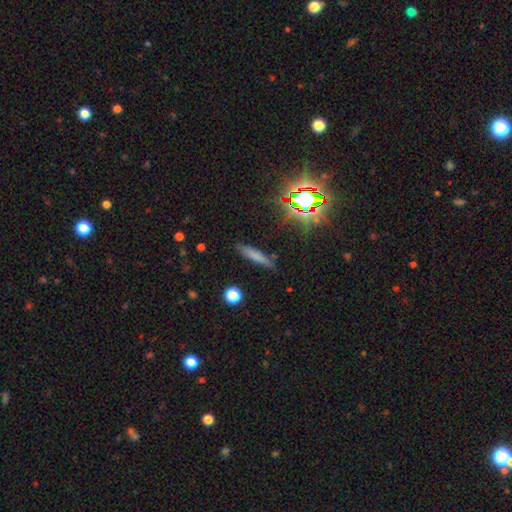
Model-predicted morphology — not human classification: smooth_or_featured: smooth (p=0.67) [alt: featured or disk p=0.18]
how_rounded: cigar-shaped (p=0.84) [alt: in between p=0.13]
merging: none (p=0.84) [alt: minor disturbance p=0.11]